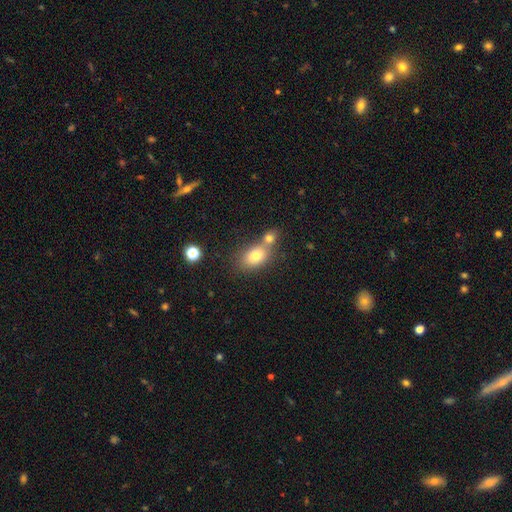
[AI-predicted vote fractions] Smooth or featured? smooth (75%)
How rounded? in between (76%)
Merging? merger (46%)